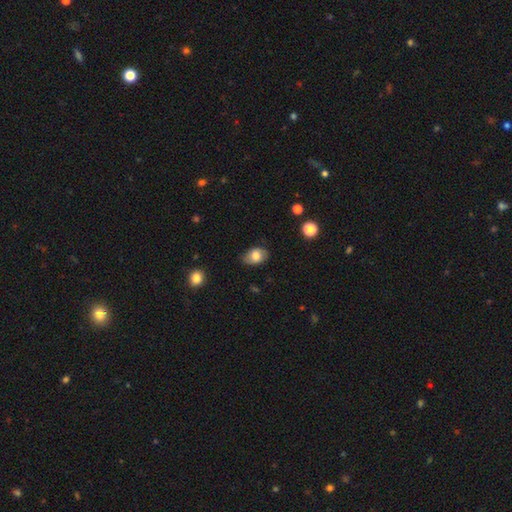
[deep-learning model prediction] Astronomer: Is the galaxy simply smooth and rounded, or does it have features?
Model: smooth — 74%.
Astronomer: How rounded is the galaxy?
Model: in between — 81%.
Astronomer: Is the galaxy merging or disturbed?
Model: none — 75%.